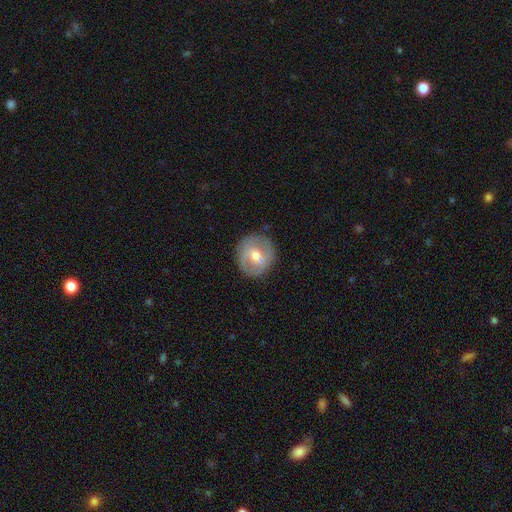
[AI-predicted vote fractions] Smooth or featured? Predicted: featured or disk (p=0.62). Edge-on disk? Predicted: no (p=0.96). Bar? Predicted: weak (p=0.52). Spiral arms? Predicted: yes (p=0.67). Bulge size? Predicted: moderate (p=0.65). Merging? Predicted: none (p=0.82).